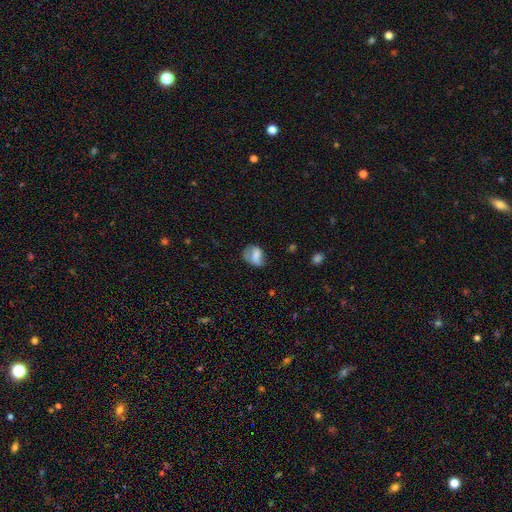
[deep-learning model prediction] The model was most divided on "merging": none: 39%, minor disturbance: 30%, major disturbance: 25%, merger: 5%. More confident: how rounded — in between (69%); smooth or featured — smooth (65%).